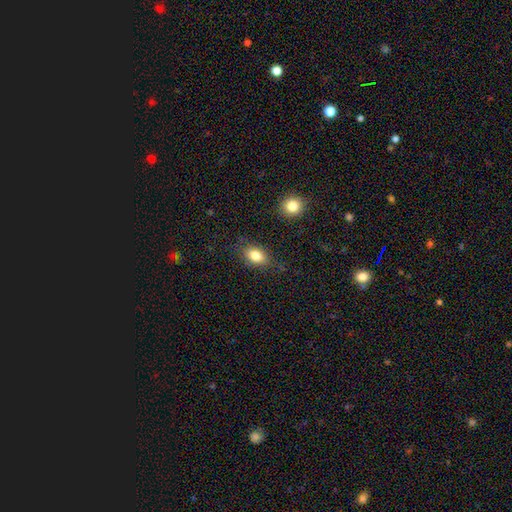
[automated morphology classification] A smooth galaxy with no disk features (82%) that is in between round and cigar-shaped (82%). Merging: none (80%).